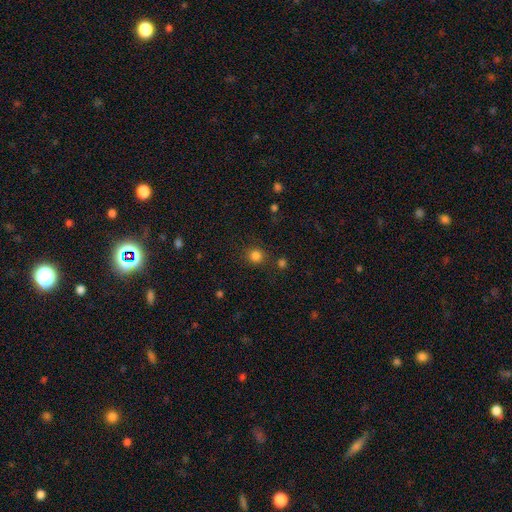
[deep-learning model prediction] Q: Smooth or featured?
A: smooth (82%); runner-up: star or artifact (14%)
Q: How rounded?
A: round (89%); runner-up: in between (10%)
Q: Merging?
A: none (83%); runner-up: minor disturbance (9%)